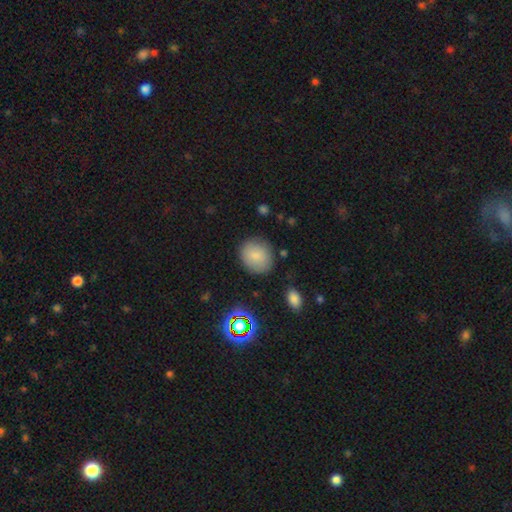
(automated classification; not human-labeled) A smooth galaxy with no disk features (82%) that is round (70%). Merging: none (81%).